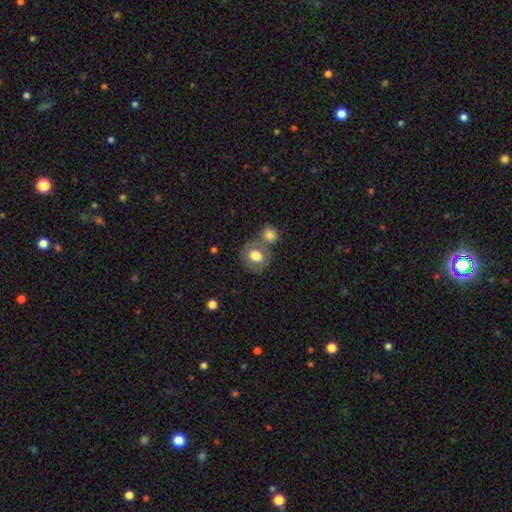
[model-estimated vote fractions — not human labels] smooth-or-featured: smooth: 72% | featured or disk: 21% | star or artifact: 7%
  how-rounded: round: 73% | in between: 26% | cigar-shaped: 1%
  merging: none: 47% | merger: 35% | minor disturbance: 12% | major disturbance: 6%